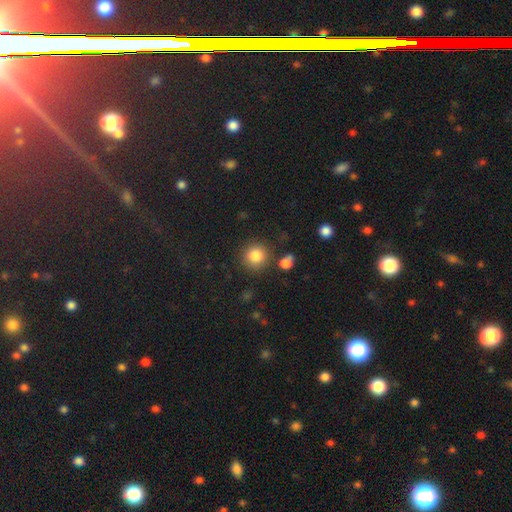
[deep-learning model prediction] Smooth or featured?
  - smooth: 84% *
  - star or artifact: 10%
  - featured or disk: 6%
How rounded?
  - round: 91% *
  - in between: 8%
  - cigar-shaped: 1%
Merging?
  - none: 83% *
  - minor disturbance: 8%
  - merger: 6%
  - major disturbance: 3%